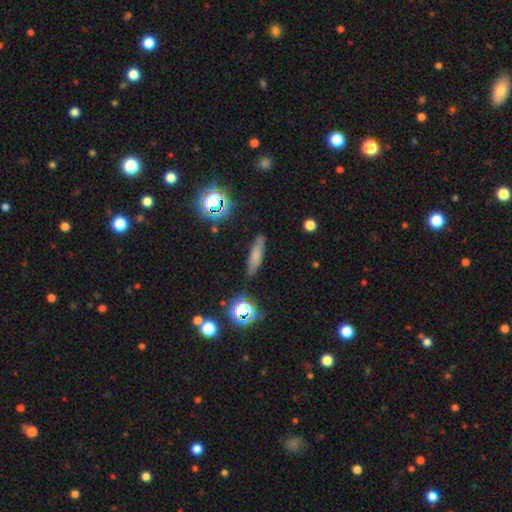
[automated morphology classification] Smooth or featured: smooth — 68% (featured or disk — 18%)
How rounded: cigar-shaped — 73% (in between — 23%)
Merging: none — 83% (minor disturbance — 12%)